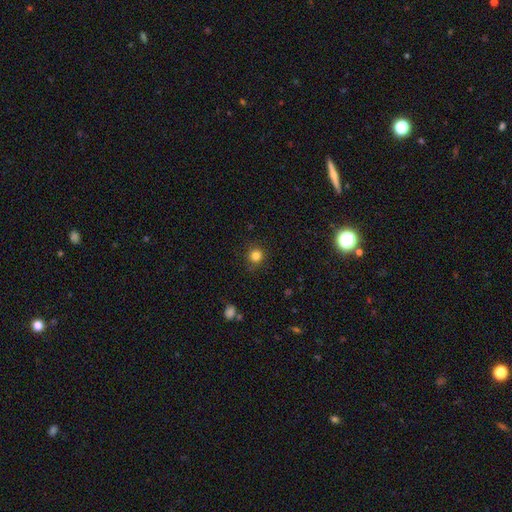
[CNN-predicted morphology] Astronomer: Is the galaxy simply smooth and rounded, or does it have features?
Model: smooth — 83%.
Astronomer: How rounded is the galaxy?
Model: round — 92%.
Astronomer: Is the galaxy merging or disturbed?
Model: none — 87%.